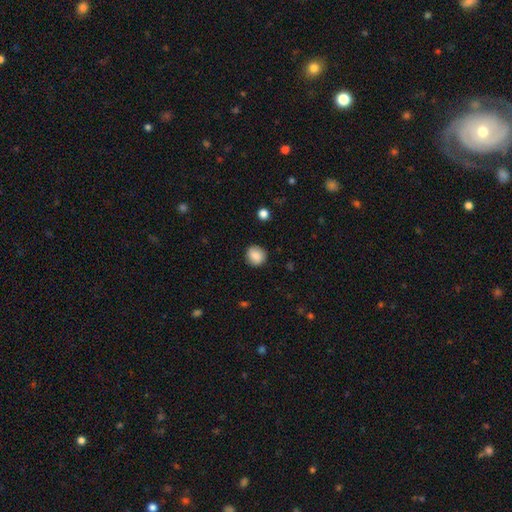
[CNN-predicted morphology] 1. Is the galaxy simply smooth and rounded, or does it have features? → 85% smooth, 8% star or artifact, 7% featured or disk.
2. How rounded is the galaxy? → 88% round, 11% in between, 1% cigar-shaped.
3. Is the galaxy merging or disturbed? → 88% none, 8% minor disturbance, 2% major disturbance, 1% merger.